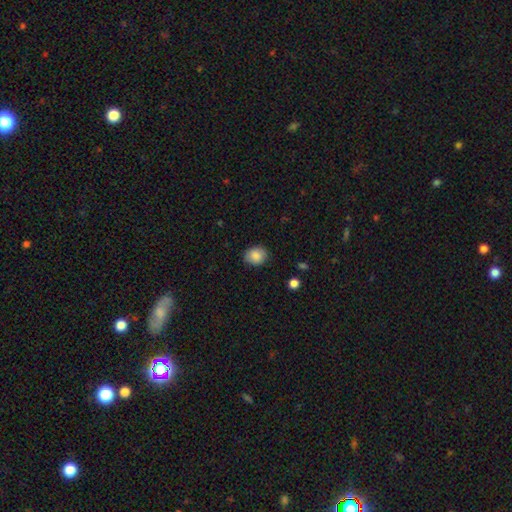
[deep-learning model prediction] smooth_or_featured: smooth (p=0.87) [alt: star or artifact p=0.08]
how_rounded: round (p=0.62) [alt: in between p=0.38]
merging: none (p=0.84) [alt: minor disturbance p=0.12]